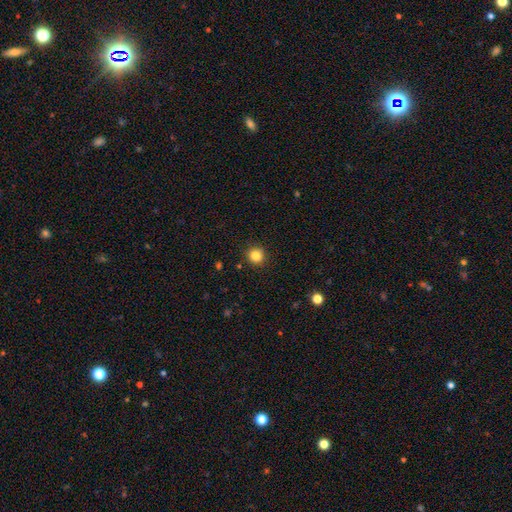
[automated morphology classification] A smooth galaxy with no disk features (84%) that is round (91%).

Vote fractions:
- Smooth or featured? smooth: 84% / star or artifact: 12% / featured or disk: 5%
- How rounded? round: 91% / in between: 8% / cigar-shaped: 1%
- Merging? none: 91% / minor disturbance: 6% / major disturbance: 2% / merger: 1%